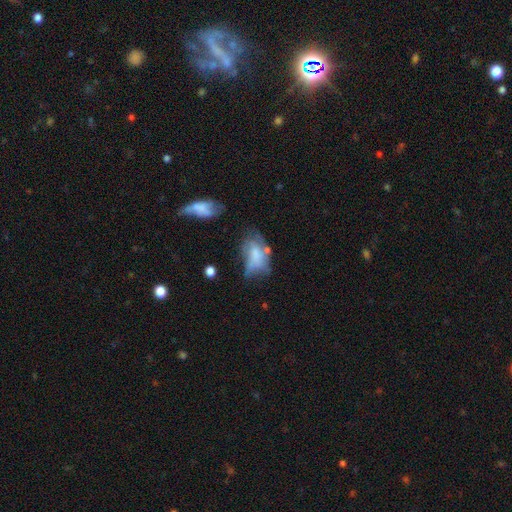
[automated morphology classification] smooth-or-featured: smooth: 54% | featured or disk: 37% | star or artifact: 9%
  how-rounded: in between: 89% | round: 8% | cigar-shaped: 3%
  merging: major disturbance: 32% | minor disturbance: 30% | none: 28% | merger: 11%